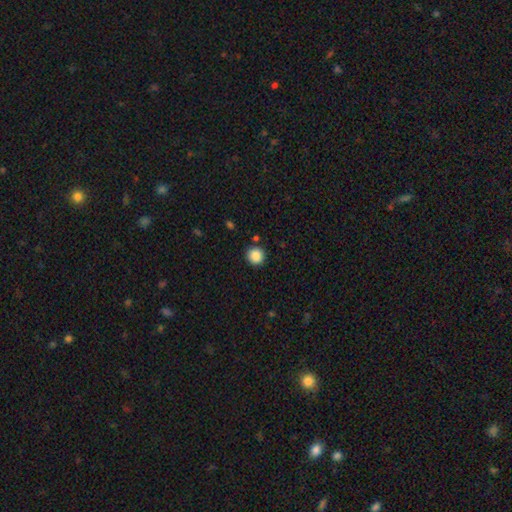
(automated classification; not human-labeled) This is clearly a smooth galaxy (87%). How rounded: clearly round (93%). Merging: clearly none (90%).